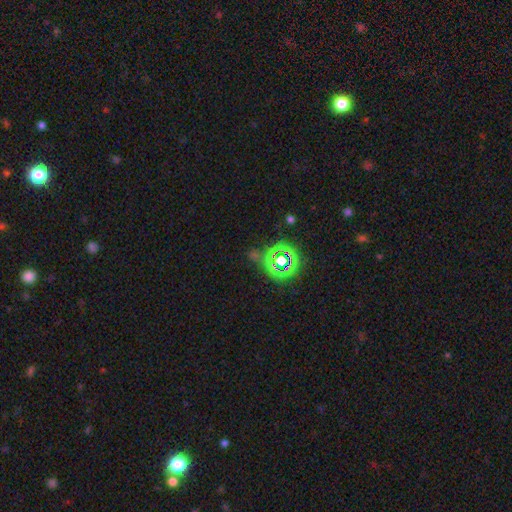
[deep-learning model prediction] Overall: star or artifact (72%).